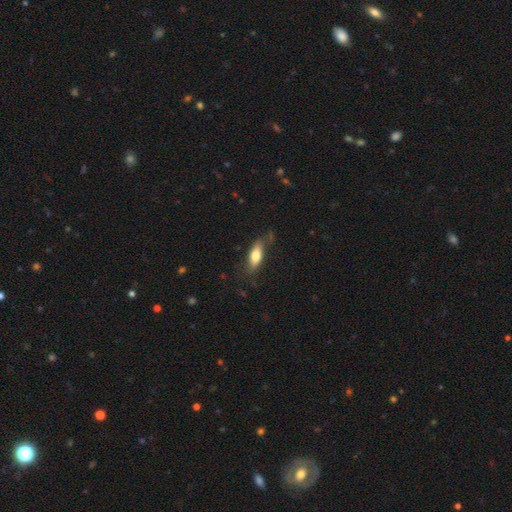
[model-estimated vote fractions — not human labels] Smooth or featured: smooth — 73% (featured or disk — 21%)
How rounded: in between — 69% (cigar-shaped — 28%)
Merging: none — 68% (minor disturbance — 23%)